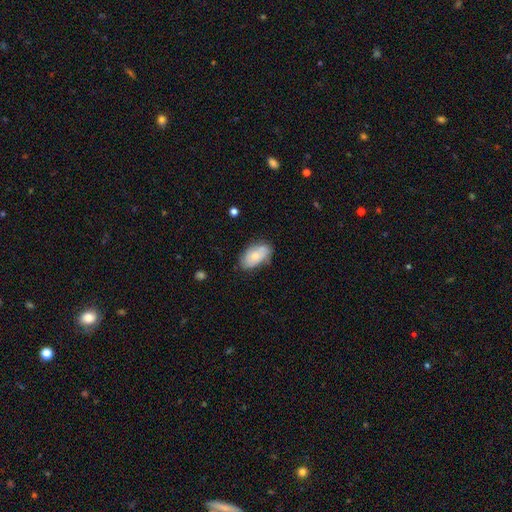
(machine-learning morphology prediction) type=smooth (63%); roundness=in between (92%); merging=none (69%).